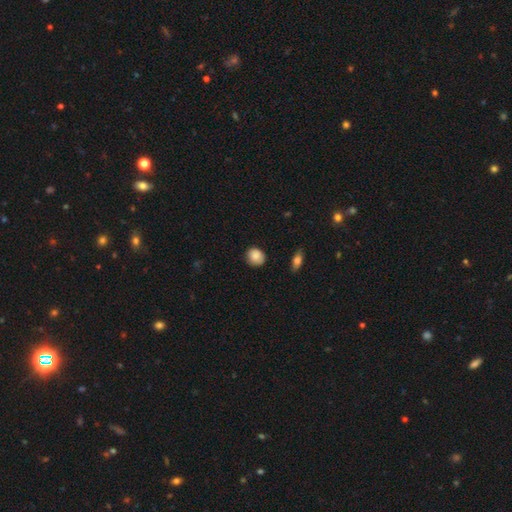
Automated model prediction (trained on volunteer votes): Smooth or featured?
  - smooth: 86% *
  - star or artifact: 8%
  - featured or disk: 6%
How rounded?
  - round: 79% *
  - in between: 20%
  - cigar-shaped: 1%
Merging?
  - none: 84% *
  - minor disturbance: 13%
  - major disturbance: 2%
  - merger: 1%